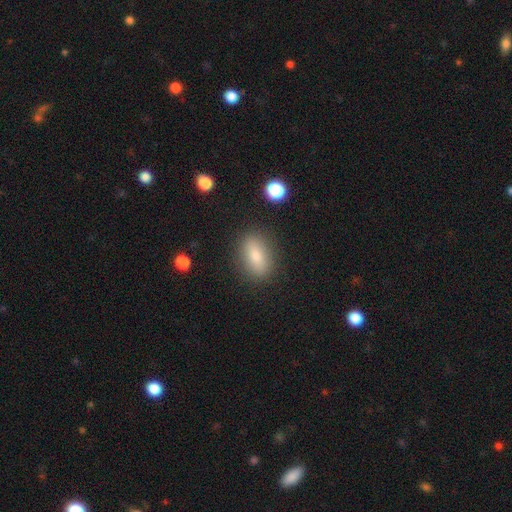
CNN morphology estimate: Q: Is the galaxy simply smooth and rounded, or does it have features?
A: smooth — 77%.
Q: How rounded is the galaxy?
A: in between — 79%.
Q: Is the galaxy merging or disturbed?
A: none — 86%.